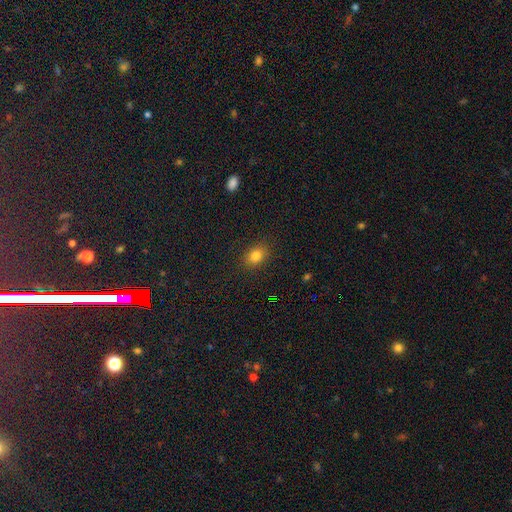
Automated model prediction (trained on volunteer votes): Morphology: type=smooth (81%); roundness=in between (68%); merging=none (86%).